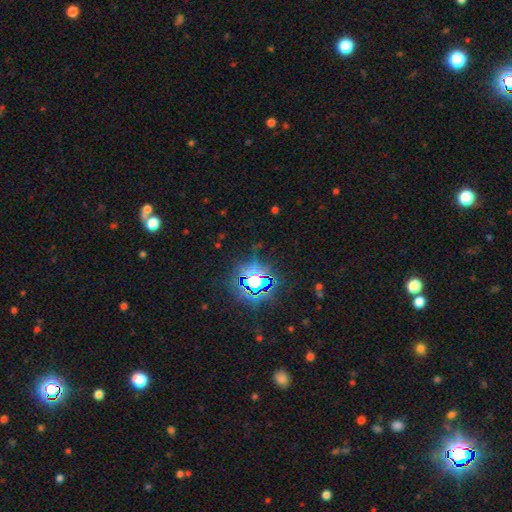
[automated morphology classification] type=star or artifact (82%).